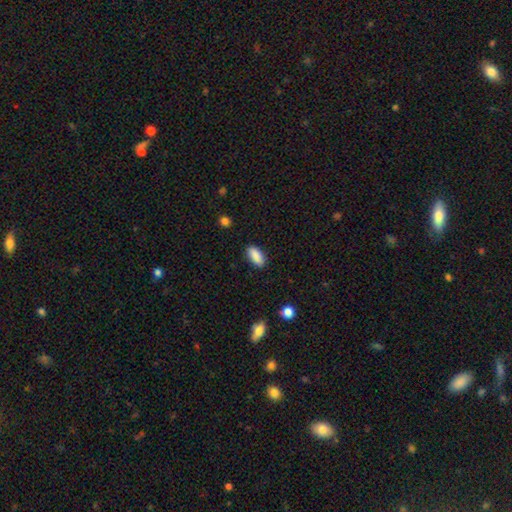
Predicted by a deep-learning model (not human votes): Smooth or featured? Predicted: smooth (p=0.89). How rounded? Predicted: in between (p=0.85). Merging? Predicted: none (p=0.87).